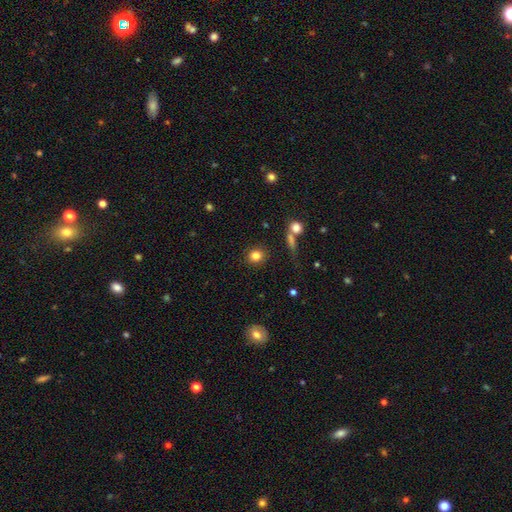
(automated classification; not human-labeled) A smooth galaxy with no disk features (82%) that is round (85%).

Vote fractions:
- Smooth or featured? smooth: 82% / star or artifact: 11% / featured or disk: 7%
- How rounded? round: 85% / in between: 14% / cigar-shaped: 1%
- Merging? none: 86% / minor disturbance: 7% / merger: 4% / major disturbance: 3%